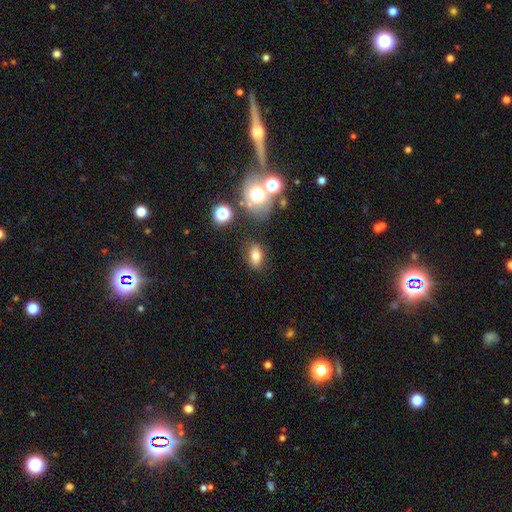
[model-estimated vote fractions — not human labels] Q: Smooth or featured?
A: smooth (72%); runner-up: featured or disk (15%)
Q: How rounded?
A: in between (78%); runner-up: round (18%)
Q: Merging?
A: none (78%); runner-up: minor disturbance (12%)